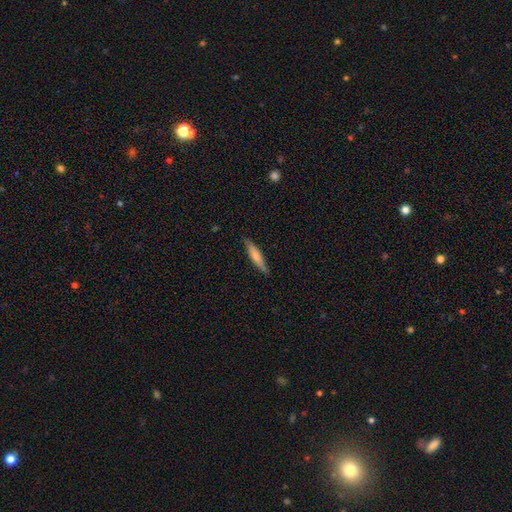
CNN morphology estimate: smooth_or_featured: smooth (p=0.65) [alt: featured or disk p=0.30]
how_rounded: cigar-shaped (p=0.84) [alt: in between p=0.14]
merging: none (p=0.82) [alt: minor disturbance p=0.14]